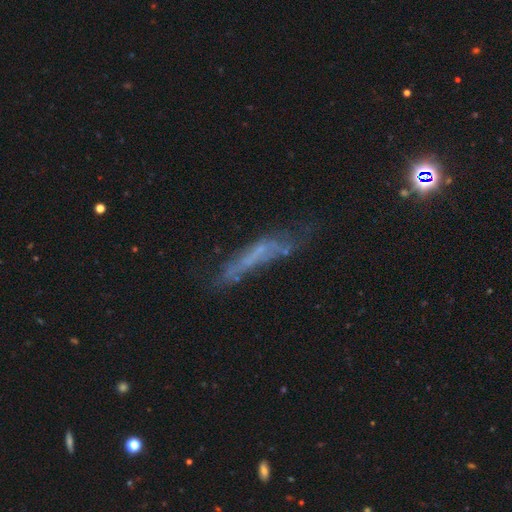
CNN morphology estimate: A featured or disk galaxy (47%).

Vote fractions:
- Smooth or featured? featured or disk: 47% / smooth: 35% / star or artifact: 18%
- Merging? none: 43% / minor disturbance: 25% / major disturbance: 24% / merger: 8%